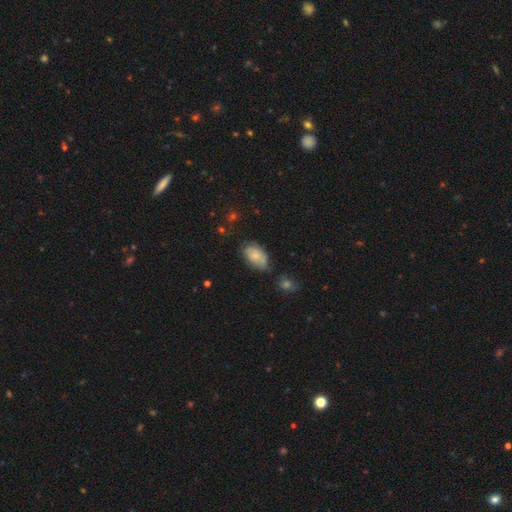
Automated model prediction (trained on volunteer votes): smooth_or_featured: smooth (p=0.68) [alt: featured or disk p=0.23]
how_rounded: in between (p=0.92) [alt: round p=0.06]
merging: none (p=0.51) [alt: minor disturbance p=0.33]